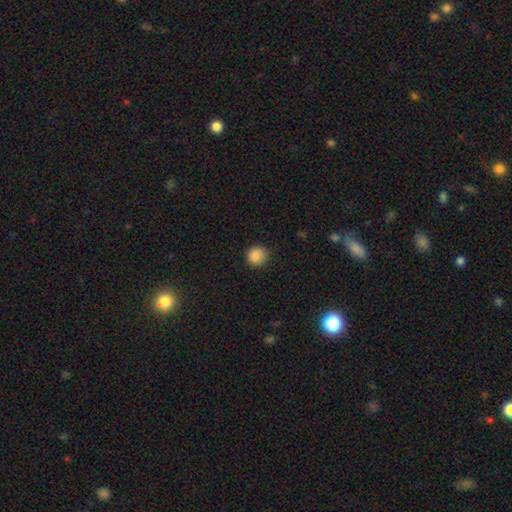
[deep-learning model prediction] Smooth or featured? smooth (88%)
How rounded? round (92%)
Merging? none (89%)